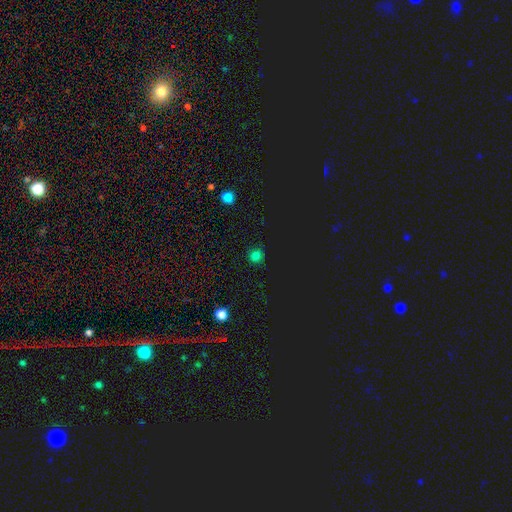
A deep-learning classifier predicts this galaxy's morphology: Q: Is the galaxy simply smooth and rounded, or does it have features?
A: smooth — 71%.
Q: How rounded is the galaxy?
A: round — 92%.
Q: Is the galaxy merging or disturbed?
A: none — 89%.